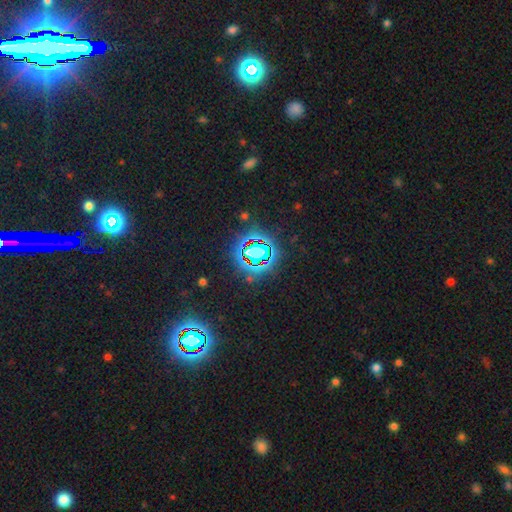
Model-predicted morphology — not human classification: A star or artifact, not a galaxy (79%).

Vote fractions:
- Smooth or featured? star or artifact: 79% / smooth: 13% / featured or disk: 9%